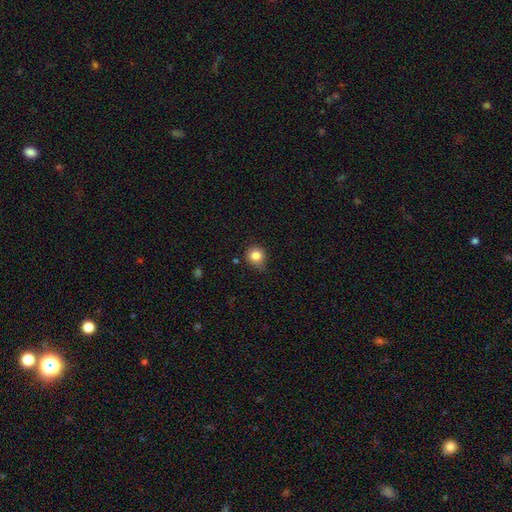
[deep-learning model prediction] This appears to be a smooth galaxy with no disk features (83%) that is round (85%). Merging: none (66%).